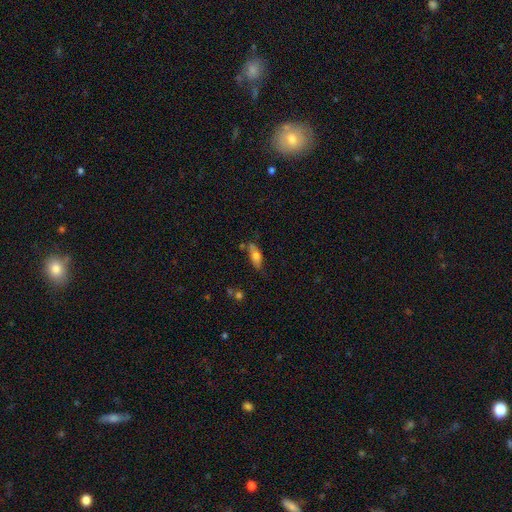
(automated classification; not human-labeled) This is likely a smooth galaxy (68%). How rounded: likely in between (67%). Merging: likely none (61%).